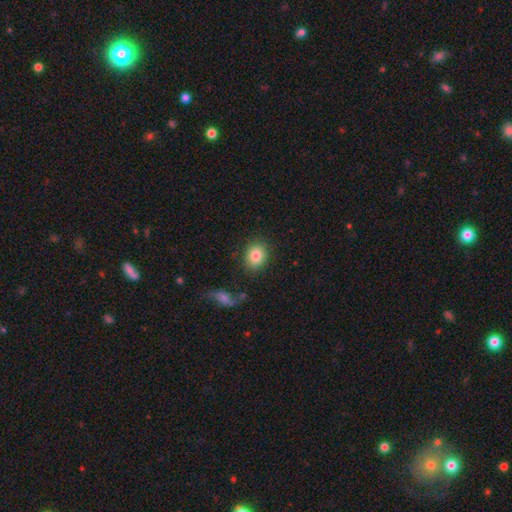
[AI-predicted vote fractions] Smooth or featured? smooth (84%)
How rounded? round (60%)
Merging? none (84%)